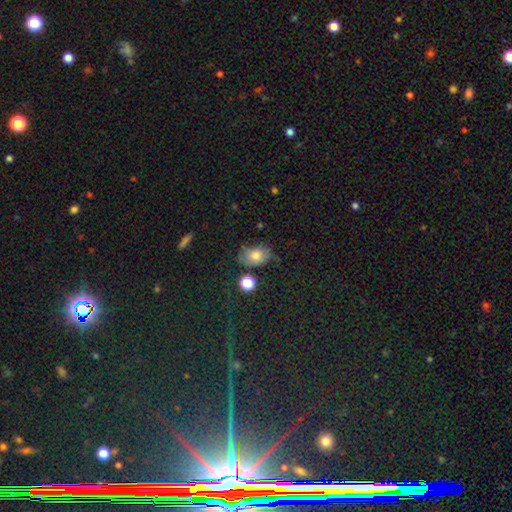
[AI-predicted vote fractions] Smooth or featured?
  - smooth: 75% *
  - featured or disk: 14%
  - star or artifact: 11%
How rounded?
  - in between: 79% *
  - round: 20%
  - cigar-shaped: 1%
Merging?
  - none: 61% *
  - minor disturbance: 26%
  - major disturbance: 8%
  - merger: 5%